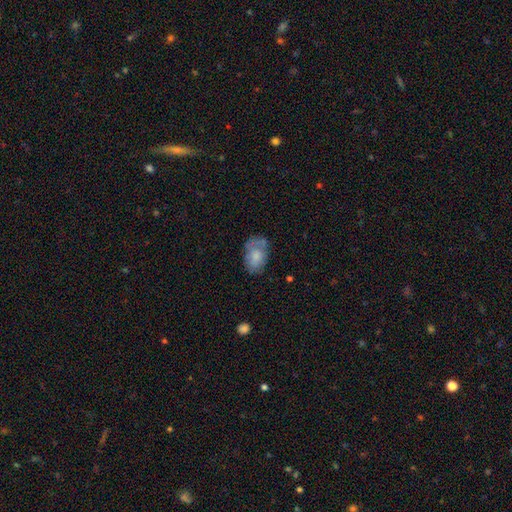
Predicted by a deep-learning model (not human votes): The model was most divided on "merging": none: 50%, minor disturbance: 30%, major disturbance: 15%, merger: 5%. More confident: how rounded — in between (85%); smooth or featured — smooth (67%).